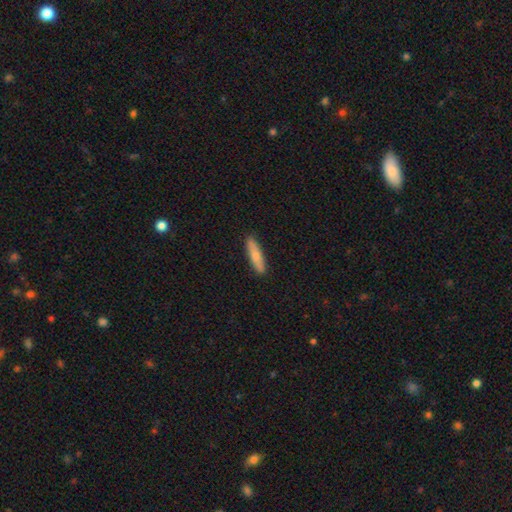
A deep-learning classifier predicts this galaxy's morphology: Smooth or featured? Predicted: smooth (p=0.71). How rounded? Predicted: cigar-shaped (p=0.78). Merging? Predicted: none (p=0.89).